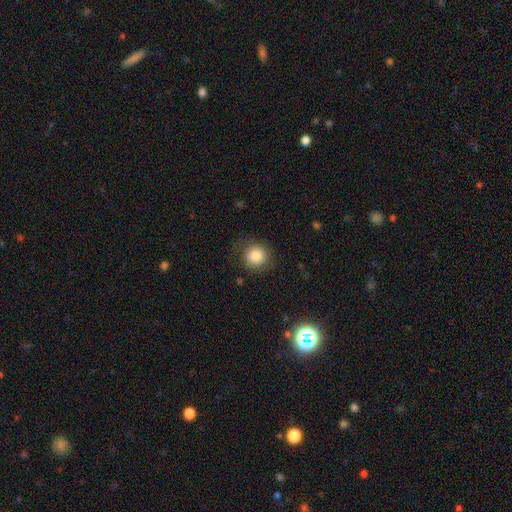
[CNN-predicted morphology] A smooth galaxy with no disk features (85%) that is round (91%). Merging: none (81%).